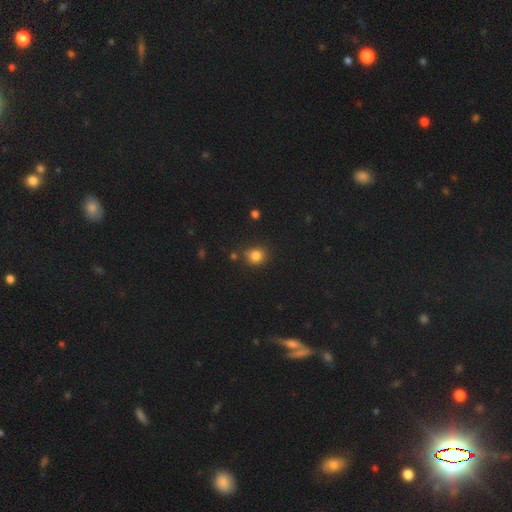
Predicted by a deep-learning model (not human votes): smooth-or-featured: smooth: 83% | star or artifact: 12% | featured or disk: 5%
  how-rounded: round: 80% | in between: 19% | cigar-shaped: 1%
  merging: none: 77% | minor disturbance: 14% | merger: 6% | major disturbance: 4%